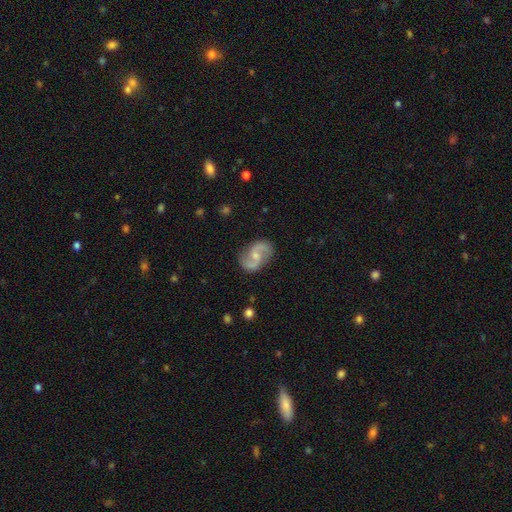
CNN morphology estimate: Overall: featured or disk (86%). Edge-on disk: no (98%). Bar: no (47%; weak 42%). Spiral arms: yes (96%). Spiral arm count: 2 (94%). Spiral winding: loose (49%; medium 40%). Bulge size: small (51%; moderate 40%). Merging: none (83%).